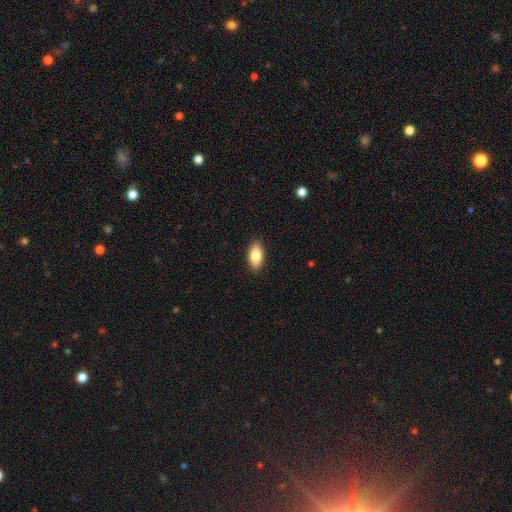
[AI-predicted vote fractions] Morphology: type=smooth (83%); roundness=in between (88%); merging=none (90%).